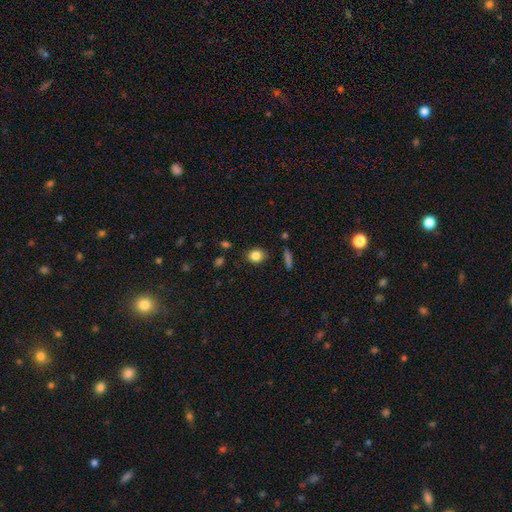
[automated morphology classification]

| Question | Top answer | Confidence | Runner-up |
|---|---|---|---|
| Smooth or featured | smooth | 83% | star or artifact (10%) |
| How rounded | round | 63% | in between (35%) |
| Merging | none | 86% | minor disturbance (10%) |